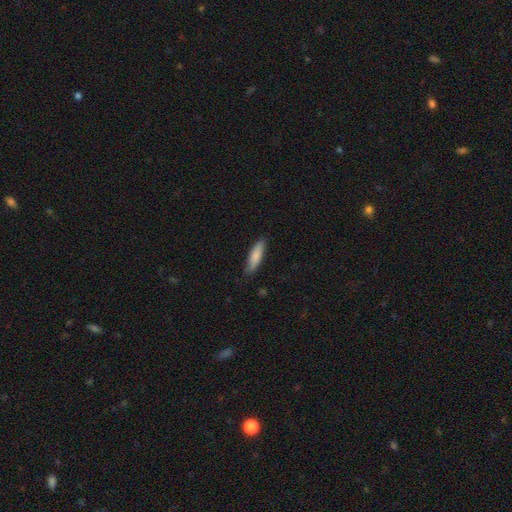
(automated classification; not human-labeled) Smooth or featured: smooth — 83% (featured or disk — 11%)
How rounded: cigar-shaped — 60% (in between — 39%)
Merging: none — 81% (minor disturbance — 15%)